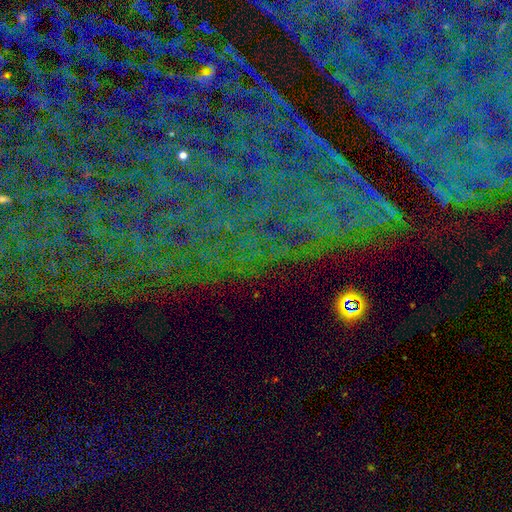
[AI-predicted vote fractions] The model was most divided on "smooth or featured": star or artifact: 80%, featured or disk: 11%, smooth: 9%.